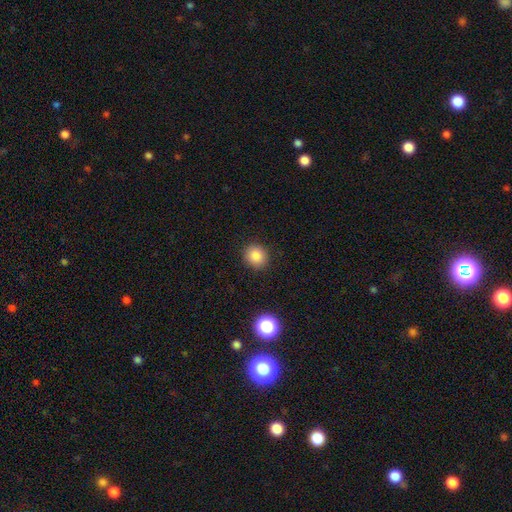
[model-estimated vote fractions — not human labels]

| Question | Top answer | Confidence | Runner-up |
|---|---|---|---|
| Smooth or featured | smooth | 85% | star or artifact (11%) |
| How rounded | round | 85% | in between (14%) |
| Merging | none | 90% | minor disturbance (6%) |